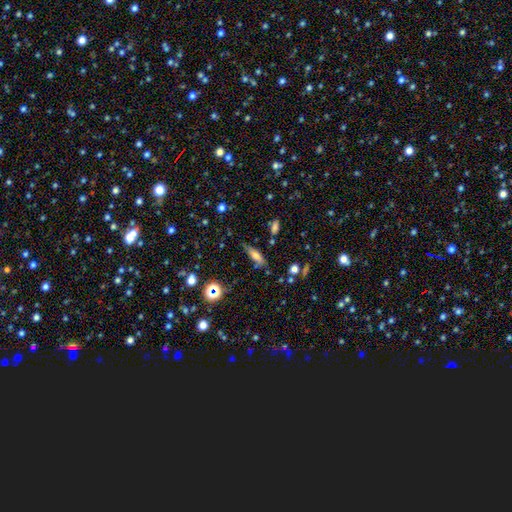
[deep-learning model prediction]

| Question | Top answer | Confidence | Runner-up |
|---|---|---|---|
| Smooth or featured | smooth | 62% | featured or disk (24%) |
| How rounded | in between | 53% | cigar-shaped (44%) |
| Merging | none | 62% | minor disturbance (25%) |